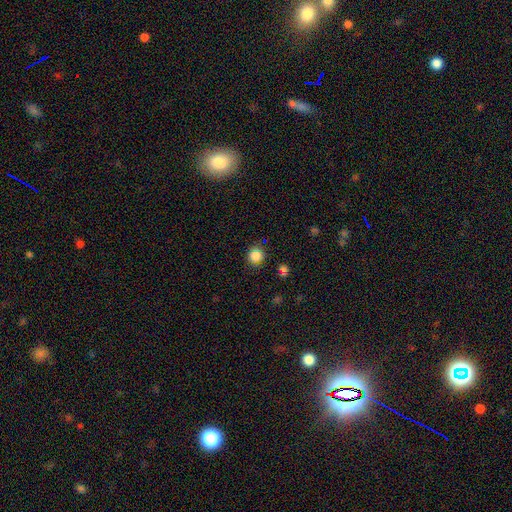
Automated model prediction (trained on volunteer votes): Smooth or featured? smooth (79%)
How rounded? round (88%)
Merging? none (83%)